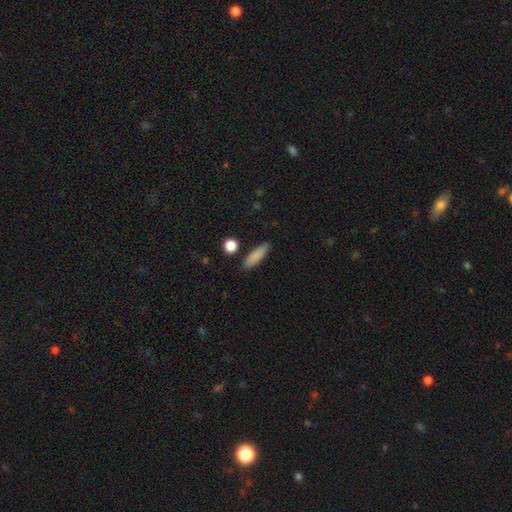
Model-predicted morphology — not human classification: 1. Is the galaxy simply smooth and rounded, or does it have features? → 85% smooth, 8% featured or disk, 7% star or artifact.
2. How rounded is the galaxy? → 57% cigar-shaped, 39% in between, 3% round.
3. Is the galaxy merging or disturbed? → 85% none, 10% minor disturbance, 3% merger, 2% major disturbance.